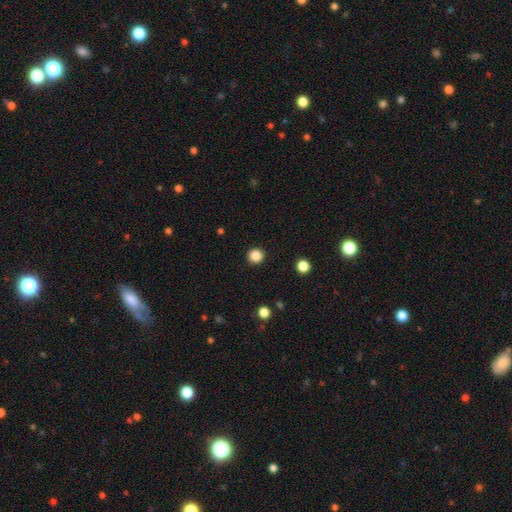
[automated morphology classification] type=smooth (85%); roundness=round (95%); merging=none (93%).